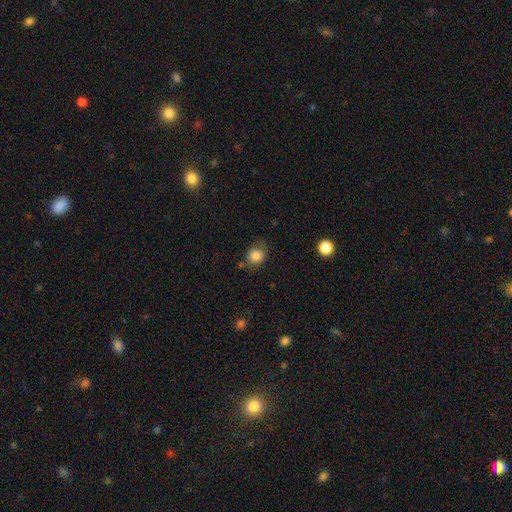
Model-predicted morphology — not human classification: Overall: smooth (84%). How rounded: round (61%; in between 38%). Merging: none (60%; minor disturbance 26%).